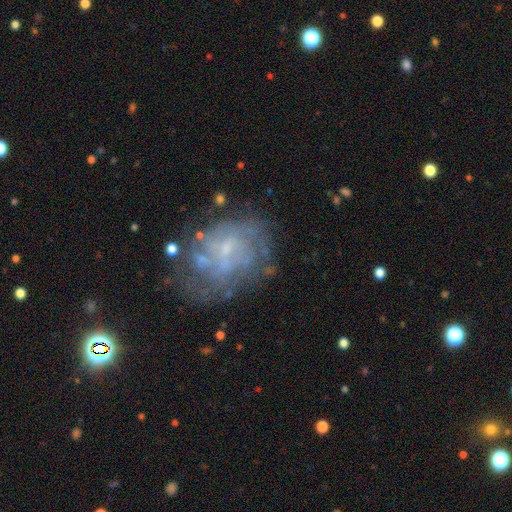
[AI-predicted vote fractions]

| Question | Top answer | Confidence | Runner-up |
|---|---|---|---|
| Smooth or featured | featured or disk | 63% | star or artifact (21%) |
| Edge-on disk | no | 97% | yes (3%) |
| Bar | no | 64% | weak (29%) |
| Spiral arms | yes | 81% | no (19%) |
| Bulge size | small | 74% | moderate (13%) |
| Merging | none | 71% | minor disturbance (16%) |